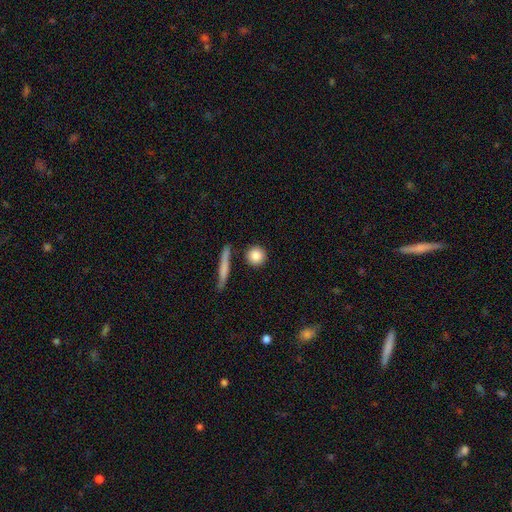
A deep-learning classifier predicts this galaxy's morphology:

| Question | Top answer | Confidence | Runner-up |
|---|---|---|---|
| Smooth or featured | smooth | 84% | featured or disk (8%) |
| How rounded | round | 88% | in between (8%) |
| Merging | none | 84% | minor disturbance (8%) |